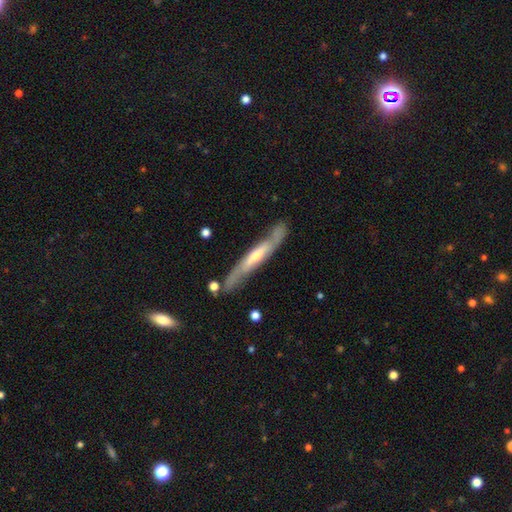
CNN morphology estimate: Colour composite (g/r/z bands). It shows a featured or disk galaxy (75%) viewed edge-on (71%) with a rounded central bulge (63%). Merging: none (73%).